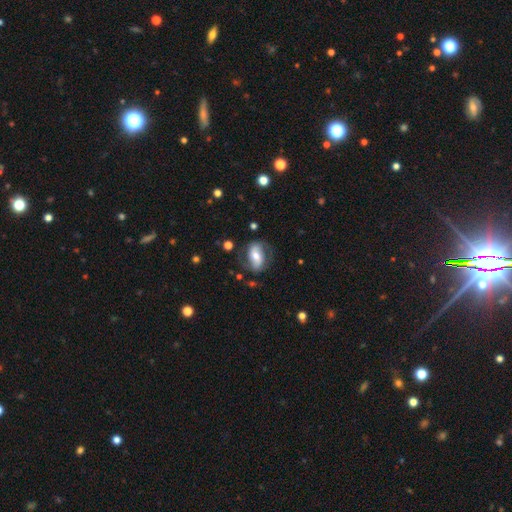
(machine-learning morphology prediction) This appears to be a featured or disk galaxy (55%) with no bar (36%), spiral arms (75%) and a moderate central bulge (63%). Merging: none (69%).